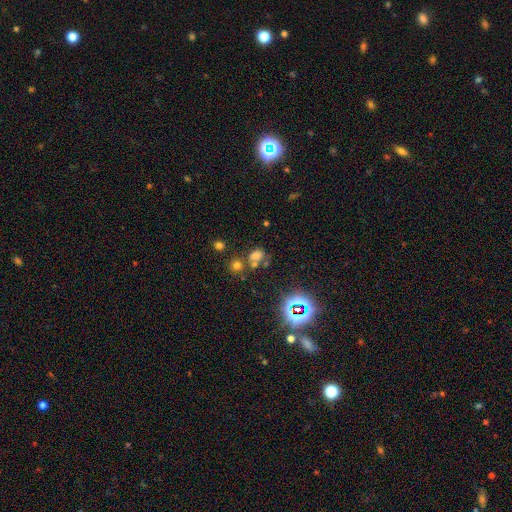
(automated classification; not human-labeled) The model was most divided on "how rounded": in between: 53%, round: 45%, cigar-shaped: 2%. More confident: smooth or featured — smooth (56%); merging — none (52%).